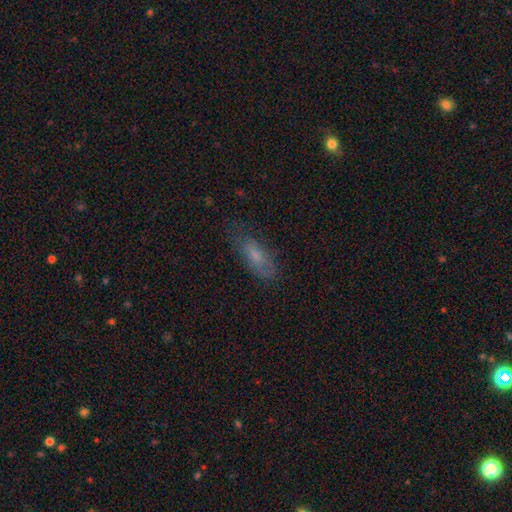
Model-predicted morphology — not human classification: Smooth or featured? smooth (62%)
How rounded? in between (69%)
Merging? none (64%)